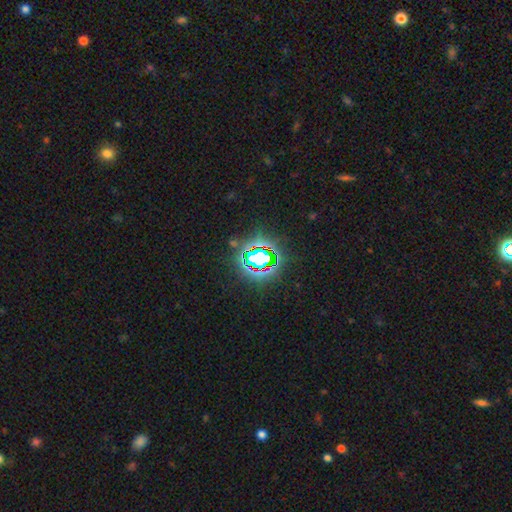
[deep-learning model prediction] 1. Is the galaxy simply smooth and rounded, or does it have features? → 79% star or artifact, 13% smooth, 9% featured or disk.